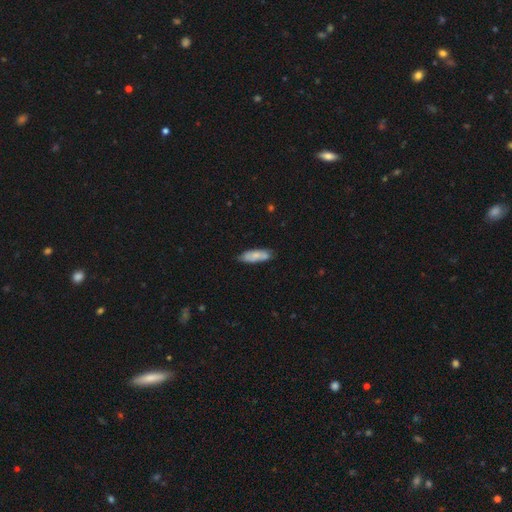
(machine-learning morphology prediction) Smooth or featured? smooth (72%)
How rounded? in between (57%)
Merging? none (73%)